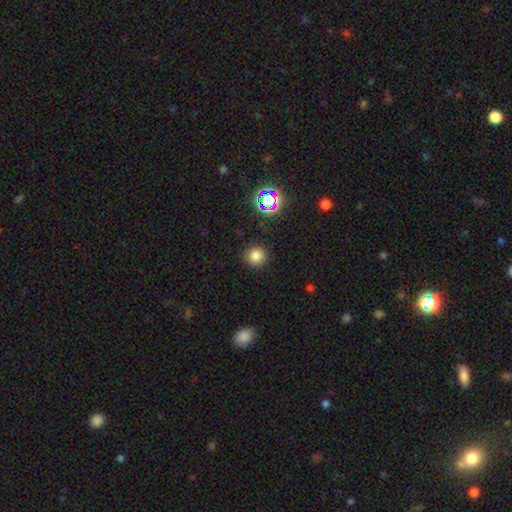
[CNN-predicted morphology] type=smooth (78%); roundness=round (93%); merging=none (90%).